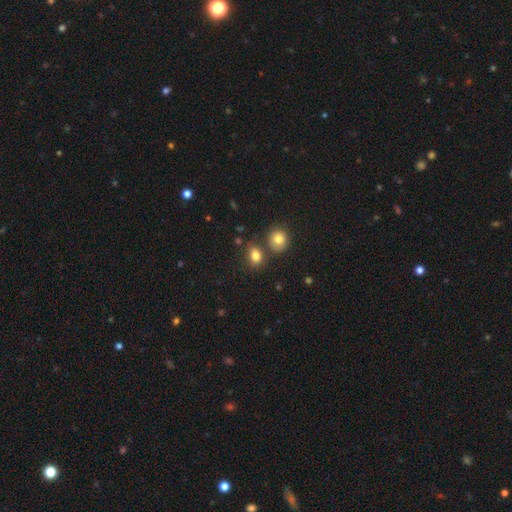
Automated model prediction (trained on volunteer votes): Smooth or featured?
  - smooth: 82% *
  - star or artifact: 11%
  - featured or disk: 7%
How rounded?
  - in between: 59% *
  - round: 39%
  - cigar-shaped: 1%
Merging?
  - none: 69% *
  - merger: 16%
  - minor disturbance: 12%
  - major disturbance: 4%